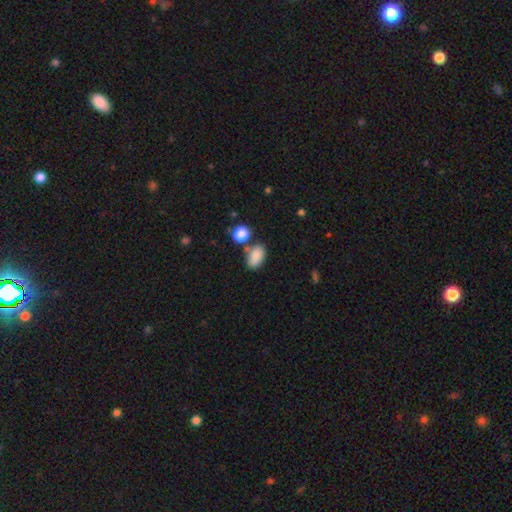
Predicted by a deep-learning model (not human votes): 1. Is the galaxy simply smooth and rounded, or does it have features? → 85% smooth, 8% star or artifact, 6% featured or disk.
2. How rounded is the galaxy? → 88% in between, 10% round, 2% cigar-shaped.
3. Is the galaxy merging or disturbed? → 58% none, 21% merger, 16% minor disturbance, 5% major disturbance.